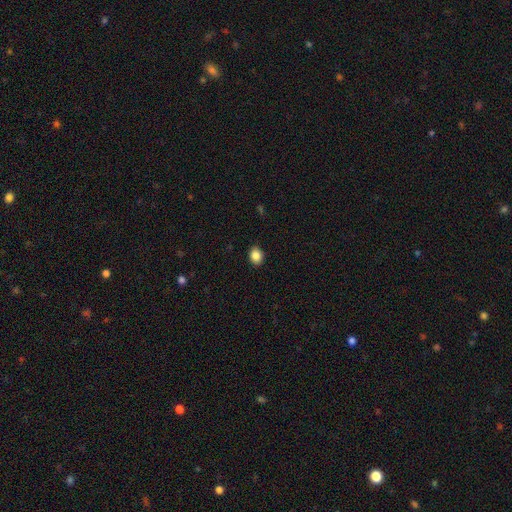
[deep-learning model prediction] Q: Smooth or featured?
A: smooth (87%); runner-up: star or artifact (9%)
Q: How rounded?
A: in between (57%); runner-up: round (42%)
Q: Merging?
A: none (90%); runner-up: minor disturbance (8%)